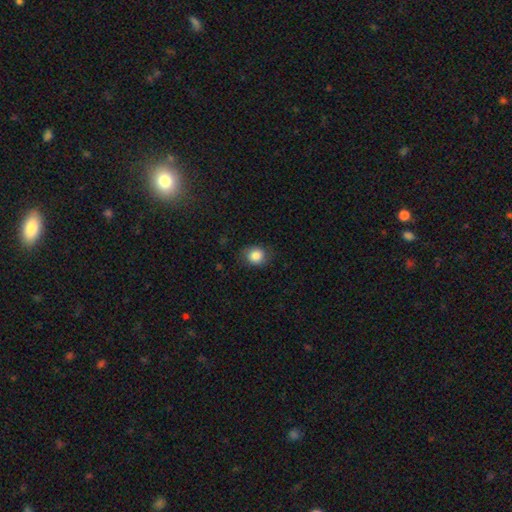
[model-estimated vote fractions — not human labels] A smooth galaxy with no disk features (85%) that is round (70%). Merging: none (79%).